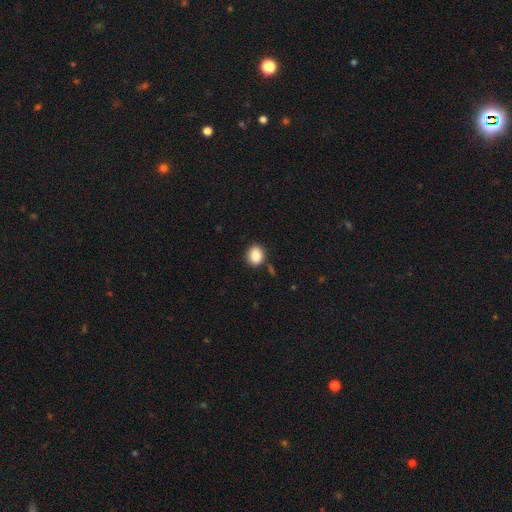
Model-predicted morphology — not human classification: Overall: smooth (87%). How rounded: round (52%; in between 47%). Merging: none (79%).